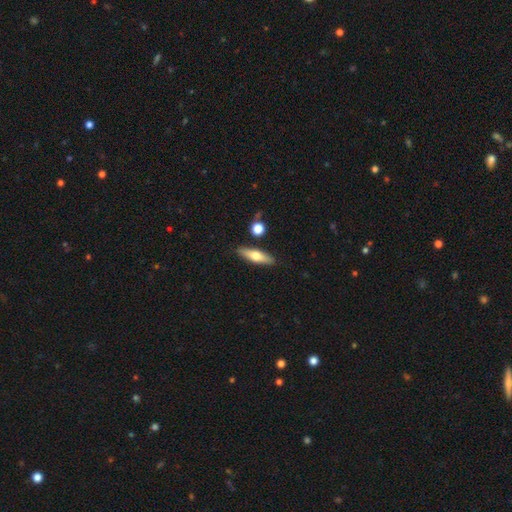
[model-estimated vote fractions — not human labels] The model was most divided on "smooth or featured": smooth: 57%, featured or disk: 37%, star or artifact: 6%. More confident: merging — none (85%); how rounded — cigar-shaped (60%).